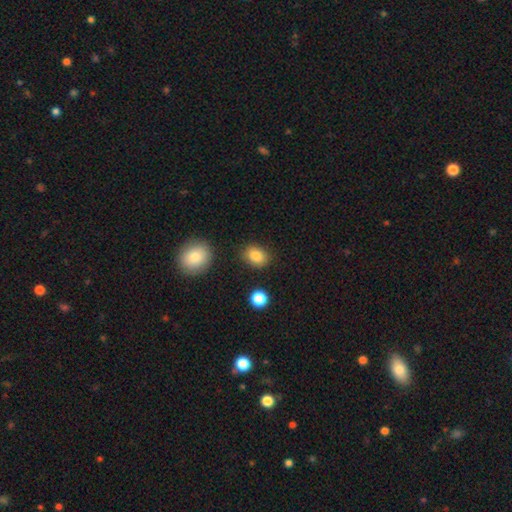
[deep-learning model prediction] Smooth or featured? smooth (85%)
How rounded? in between (63%)
Merging? none (84%)